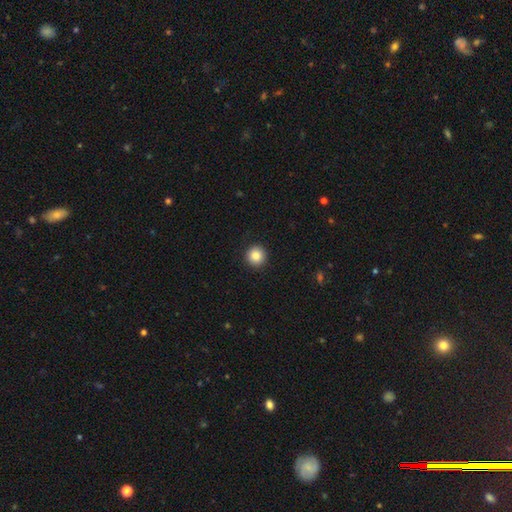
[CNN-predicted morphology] Smooth or featured? Predicted: smooth (p=0.87). How rounded? Predicted: round (p=0.94). Merging? Predicted: none (p=0.92).